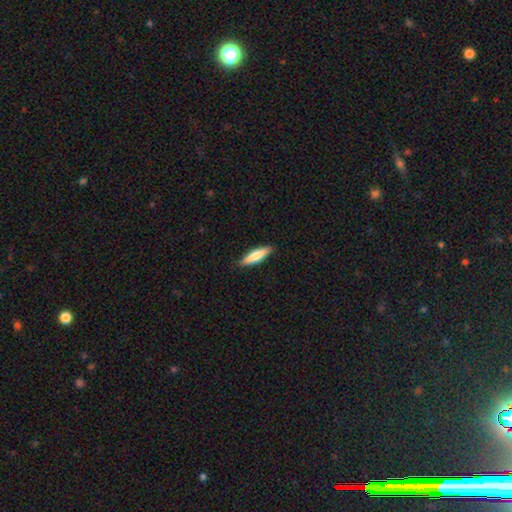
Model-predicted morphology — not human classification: type=smooth (75%); roundness=cigar-shaped (69%); merging=none (89%).